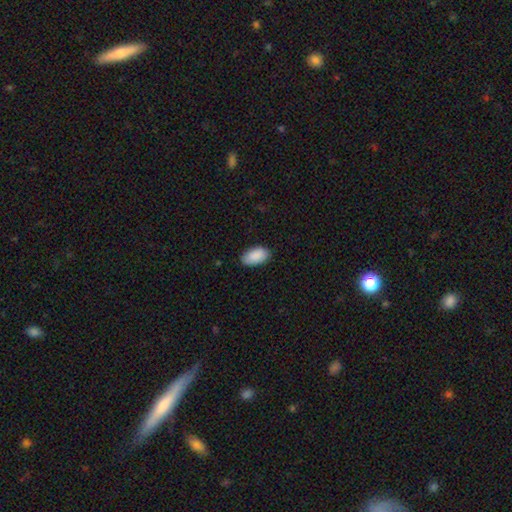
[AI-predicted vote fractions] Smooth or featured?
  - smooth: 91% *
  - star or artifact: 6%
  - featured or disk: 3%
How rounded?
  - in between: 96% *
  - round: 2%
  - cigar-shaped: 2%
Merging?
  - none: 84% *
  - minor disturbance: 13%
  - major disturbance: 2%
  - merger: 1%